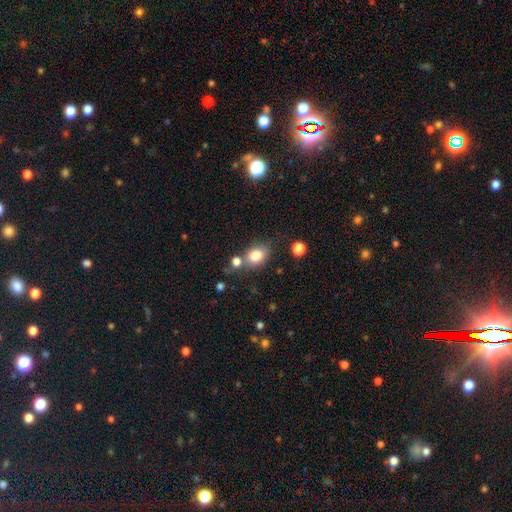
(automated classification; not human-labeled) Overall: smooth (81%). How rounded: in between (62%; round 36%). Merging: none (59%; merger 21%).